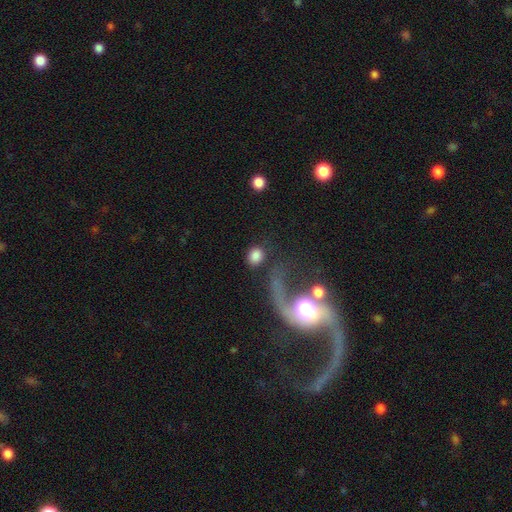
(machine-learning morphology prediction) smooth_or_featured: smooth (p=0.79) [alt: featured or disk p=0.11]
how_rounded: round (p=0.64) [alt: in between p=0.34]
merging: none (p=0.70) [alt: minor disturbance p=0.11]